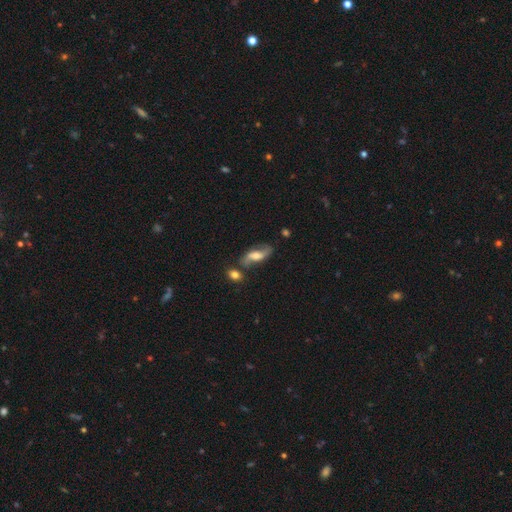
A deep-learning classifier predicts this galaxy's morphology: Overall: featured or disk (66%; smooth 27%). Edge-on disk: no (88%). Bar: weak (42%; no 38%). Spiral arms: yes (89%). Spiral arm count: 2 (89%). Spiral winding: loose (59%; medium 31%). Bulge size: moderate (50%; small 21%). Merging: none (61%).